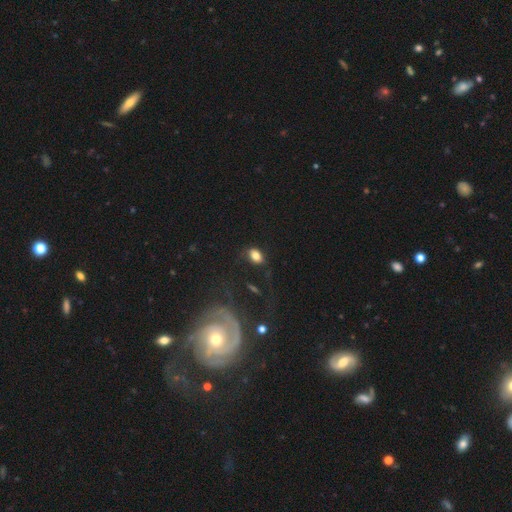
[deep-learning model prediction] Smooth or featured? Predicted: smooth (p=0.81). How rounded? Predicted: in between (p=0.84). Merging? Predicted: none (p=0.69).